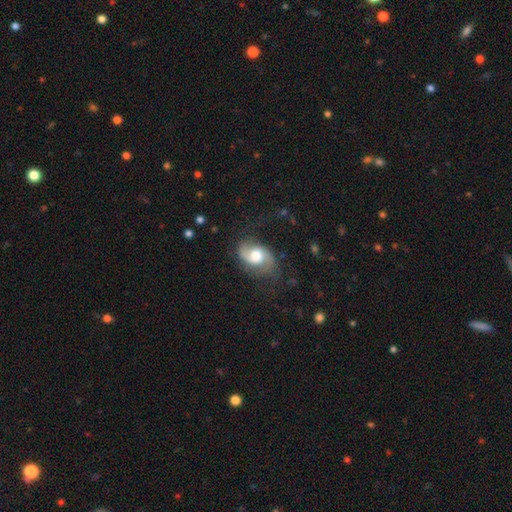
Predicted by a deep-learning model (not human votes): This is likely a featured or disk galaxy (76%). It is clearly not viewed edge-on (97%). Bar: possibly no (56%). Spiral arm pattern: clearly yes (94%). Spiral arm count: clearly 2 (90%). Spiral winding: marginally medium (44%). Central bulge: possibly moderate (56%). Merging: likely none (67%).